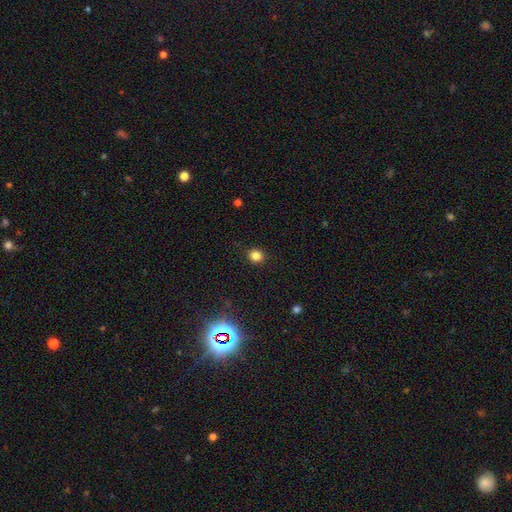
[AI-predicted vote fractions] Smooth or featured?
  - smooth: 82% *
  - star or artifact: 13%
  - featured or disk: 5%
How rounded?
  - round: 84% *
  - in between: 15%
  - cigar-shaped: 1%
Merging?
  - none: 91% *
  - minor disturbance: 6%
  - major disturbance: 2%
  - merger: 1%